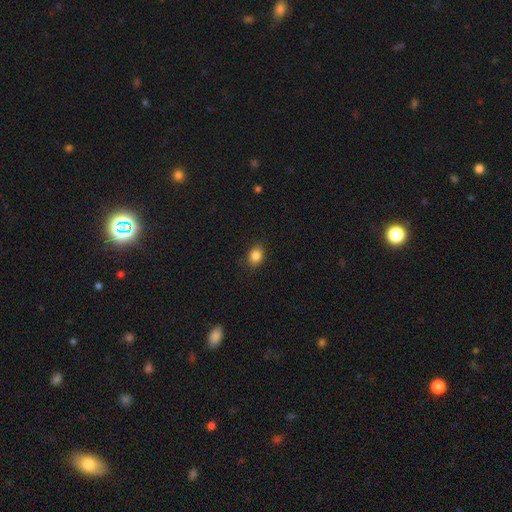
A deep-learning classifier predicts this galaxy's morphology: The model was most divided on "how rounded": in between: 55%, round: 44%, cigar-shaped: 1%. More confident: smooth or featured — smooth (85%); merging — none (84%).